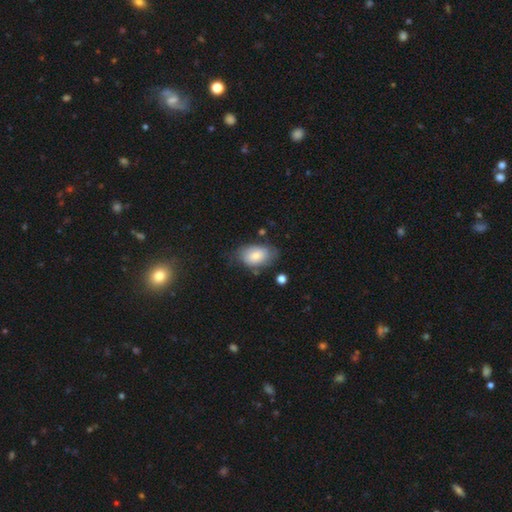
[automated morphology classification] This appears to be a smooth galaxy with no disk features (73%) that is in between round and cigar-shaped (87%). Merging: none (58%).